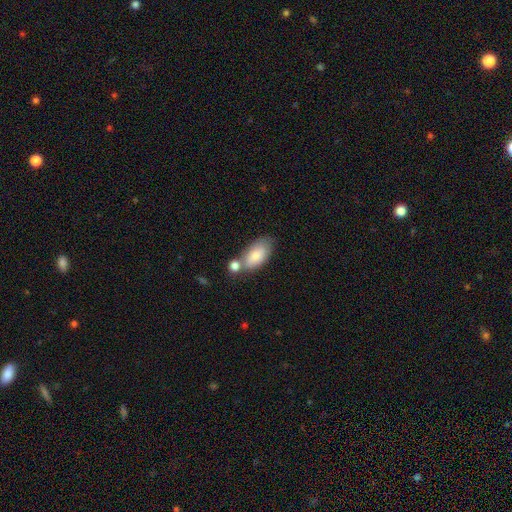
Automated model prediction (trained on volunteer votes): A smooth galaxy with no disk features (78%) that is in between round and cigar-shaped (91%).

Vote fractions:
- Smooth or featured? smooth: 78% / featured or disk: 15% / star or artifact: 6%
- How rounded? in between: 91% / cigar-shaped: 5% / round: 4%
- Merging? none: 48% / merger: 29% / minor disturbance: 18% / major disturbance: 5%